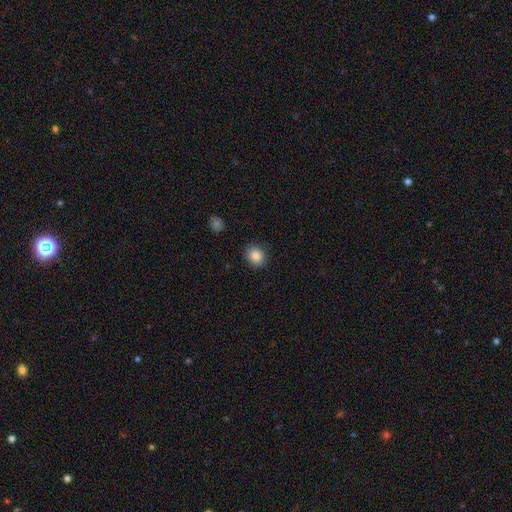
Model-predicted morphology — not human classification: Smooth or featured: smooth — 86% (star or artifact — 9%)
How rounded: round — 74% (in between — 26%)
Merging: none — 89% (minor disturbance — 8%)